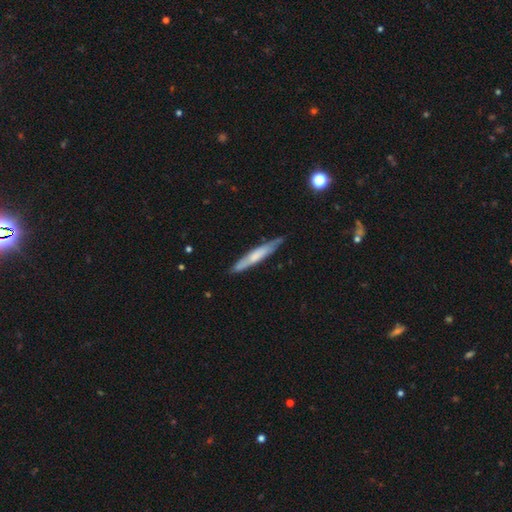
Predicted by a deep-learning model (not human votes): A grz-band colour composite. It shows a smooth galaxy with no disk features (51%) that is cigar-shaped (94%). Merging: none (84%).